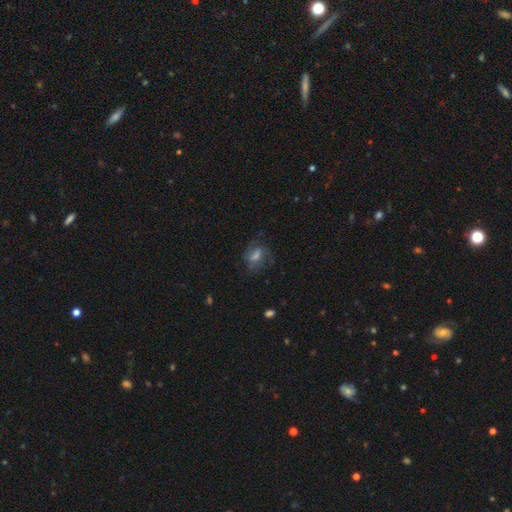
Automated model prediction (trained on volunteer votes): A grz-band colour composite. It shows a featured or disk galaxy (44%). Merging: none (61%).